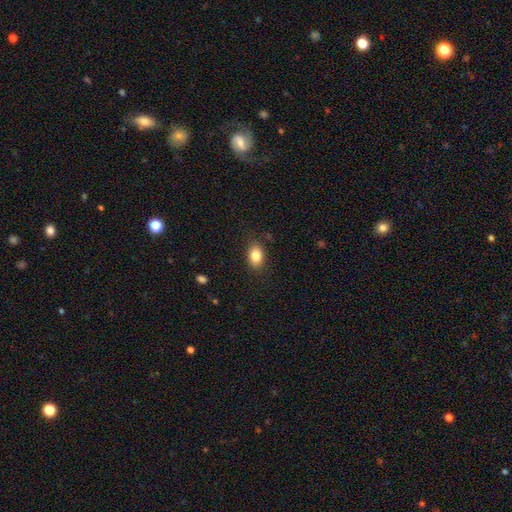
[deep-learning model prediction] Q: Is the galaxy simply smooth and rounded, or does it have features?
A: smooth — 84%.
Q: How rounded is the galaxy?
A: in between — 81%.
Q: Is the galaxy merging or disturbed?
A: none — 85%.